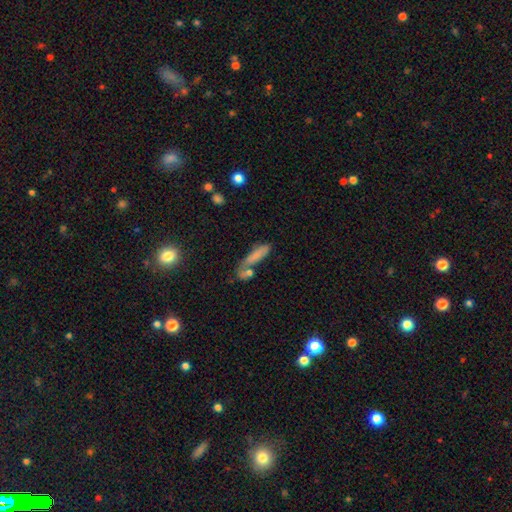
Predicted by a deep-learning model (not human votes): Overall: smooth (72%). How rounded: cigar-shaped (77%). Merging: none (53%; merger 23%).